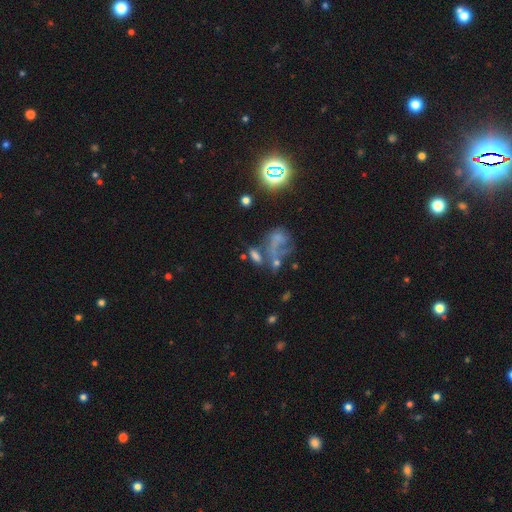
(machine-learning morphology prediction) Smooth or featured? Predicted: smooth (p=0.56). How rounded? Predicted: in between (p=0.64). Merging? Predicted: none (p=0.37).